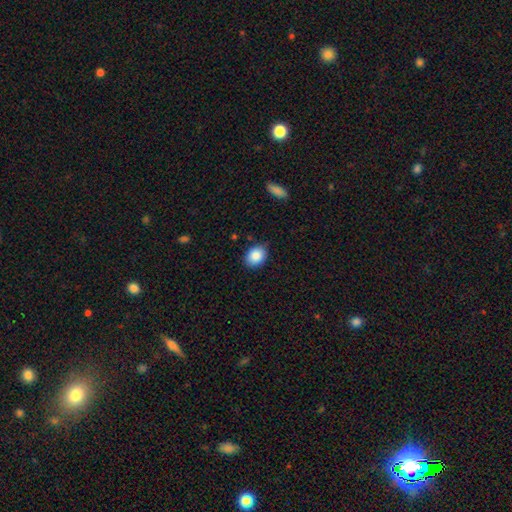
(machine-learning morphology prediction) Overall: smooth (87%). How rounded: in between (56%; round 43%). Merging: none (80%).